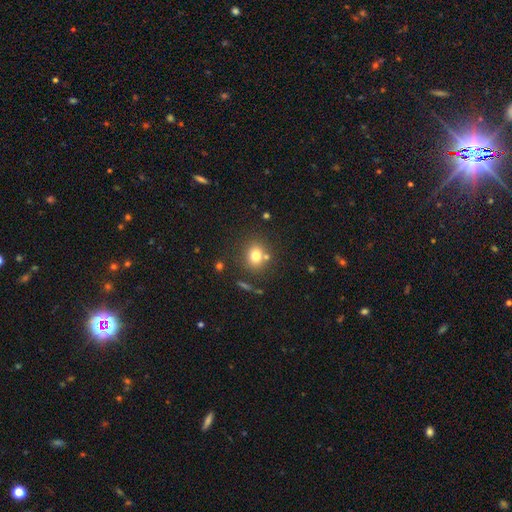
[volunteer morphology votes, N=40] smooth-or-featured: smooth: 85% | featured or disk: 10% | star or artifact: 5%
  how-rounded: round: 71% | in between: 29% | cigar-shaped: 0%
  merging: none: 84% | merger: 8% | major disturbance: 5% | minor disturbance: 3%